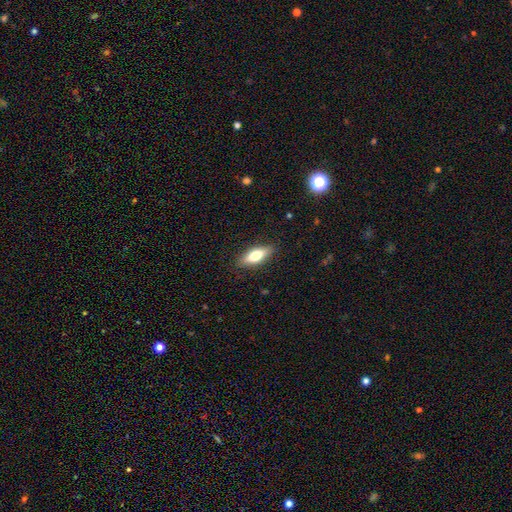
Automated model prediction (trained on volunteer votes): This appears to be a smooth galaxy with no disk features (69%) that is in between round and cigar-shaped (66%). Merging: none (87%).